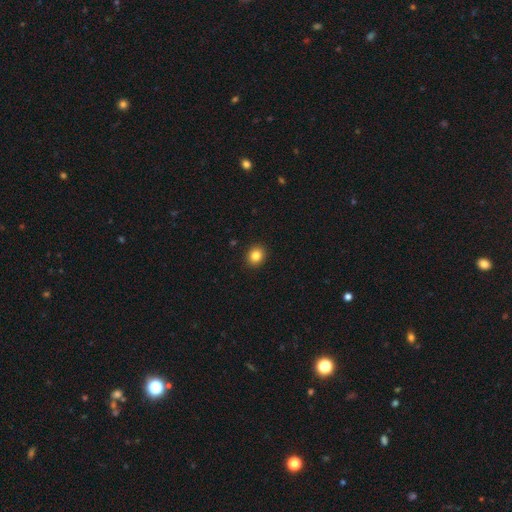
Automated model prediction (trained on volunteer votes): A smooth galaxy with no disk features (84%) that is round (77%). Merging: none (92%).